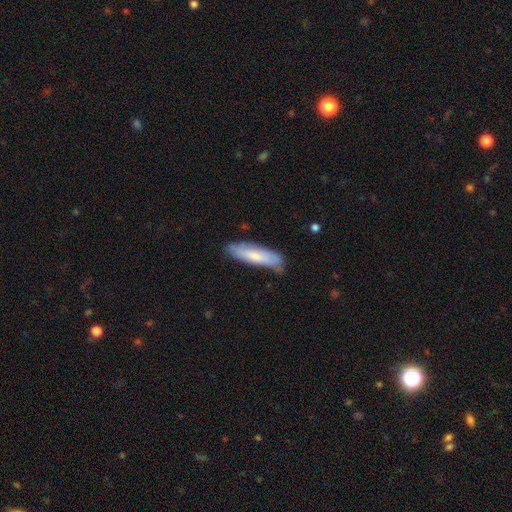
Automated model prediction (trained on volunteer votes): The model was most divided on "how rounded": cigar-shaped: 69%, in between: 30%, round: 1%. More confident: merging — none (73%); smooth or featured — smooth (67%).